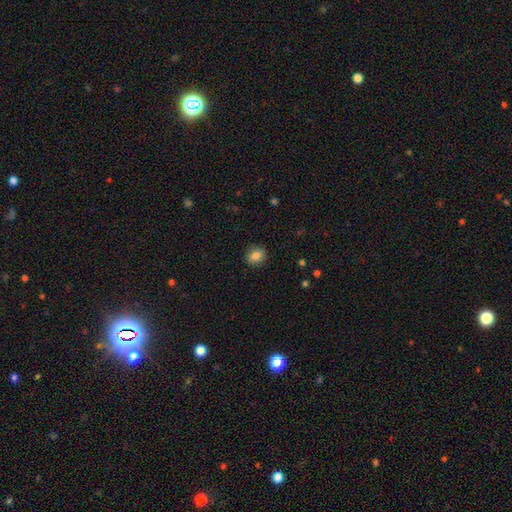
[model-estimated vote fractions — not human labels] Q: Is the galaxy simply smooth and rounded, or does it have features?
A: smooth — 84%.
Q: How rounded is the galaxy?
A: round — 70%.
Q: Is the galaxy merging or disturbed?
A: none — 88%.